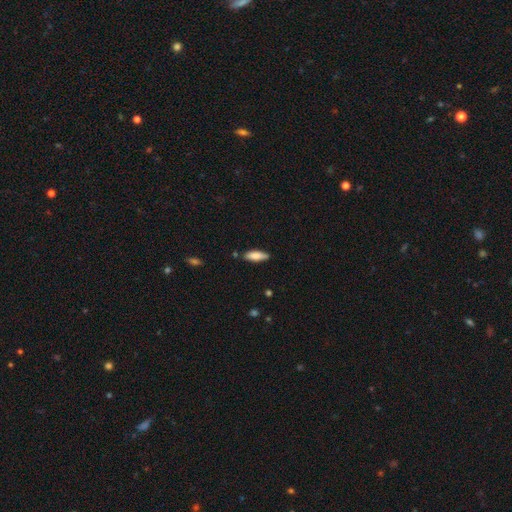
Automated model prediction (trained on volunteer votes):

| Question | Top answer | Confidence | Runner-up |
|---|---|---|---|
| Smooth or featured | smooth | 84% | featured or disk (10%) |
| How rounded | in between | 58% | cigar-shaped (40%) |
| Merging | none | 83% | minor disturbance (12%) |